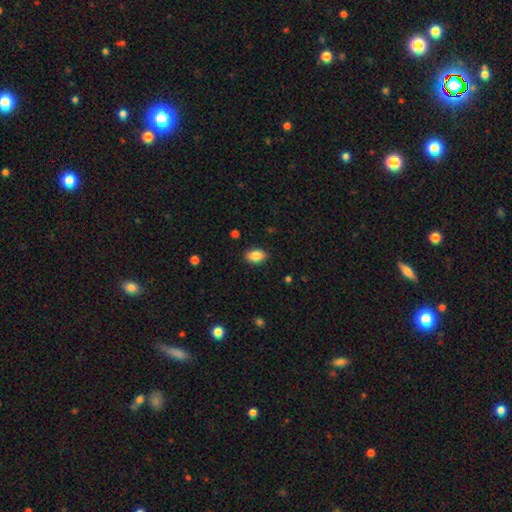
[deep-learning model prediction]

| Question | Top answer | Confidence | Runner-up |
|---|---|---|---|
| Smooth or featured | smooth | 87% | star or artifact (8%) |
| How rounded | in between | 90% | round (8%) |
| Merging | none | 88% | minor disturbance (8%) |